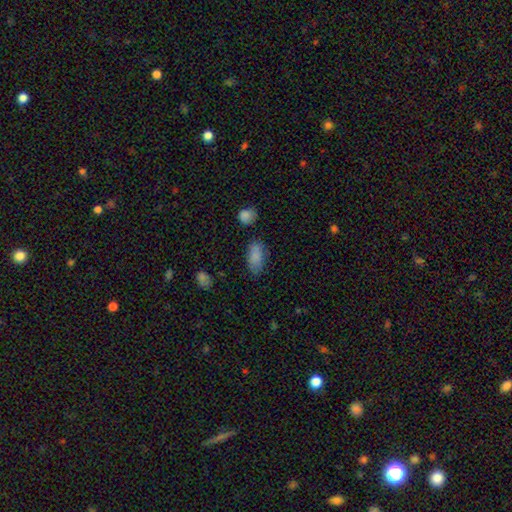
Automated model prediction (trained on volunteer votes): Smooth or featured? smooth (83%)
How rounded? in between (89%)
Merging? none (65%)